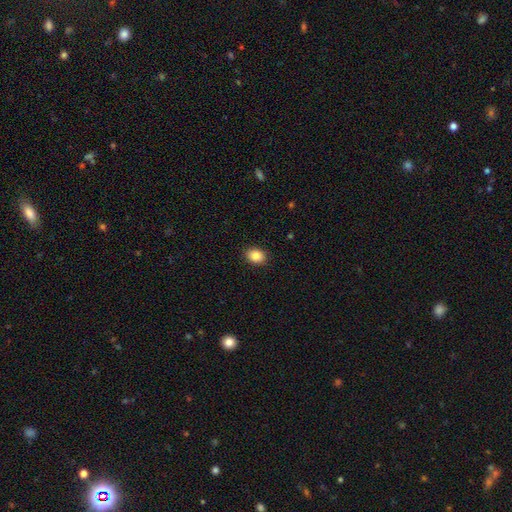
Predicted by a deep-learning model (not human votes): A smooth galaxy with no disk features (87%) that is in between round and cigar-shaped (63%).

Vote fractions:
- Smooth or featured? smooth: 87% / star or artifact: 8% / featured or disk: 4%
- How rounded? in between: 63% / round: 36% / cigar-shaped: 1%
- Merging? none: 89% / minor disturbance: 8% / major disturbance: 2% / merger: 1%